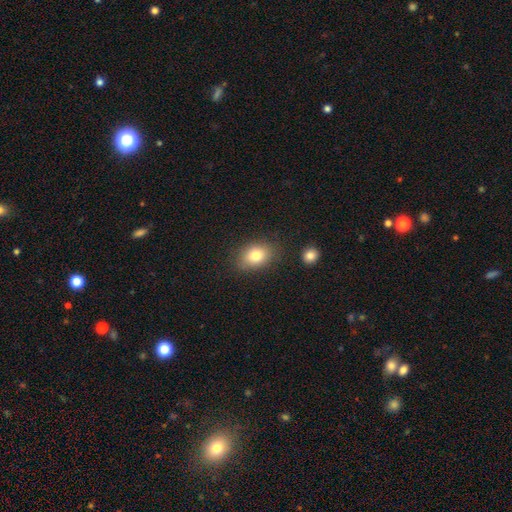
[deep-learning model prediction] This appears to be a smooth galaxy with no disk features (81%) that is in between round and cigar-shaped (73%). Merging: none (81%).